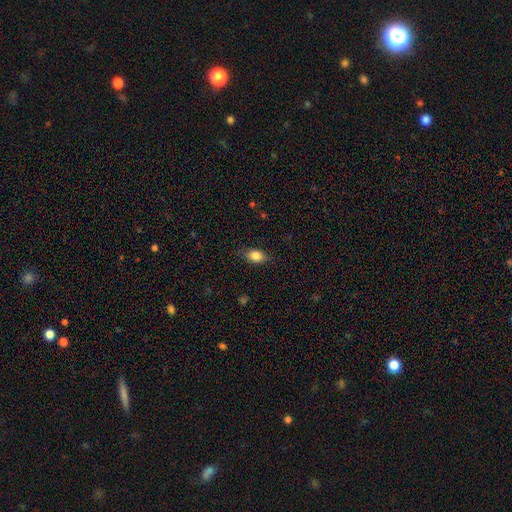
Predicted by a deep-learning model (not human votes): The model was most divided on "how rounded": in between: 77%, round: 20%, cigar-shaped: 3%. More confident: smooth or featured — smooth (83%); merging — none (81%).